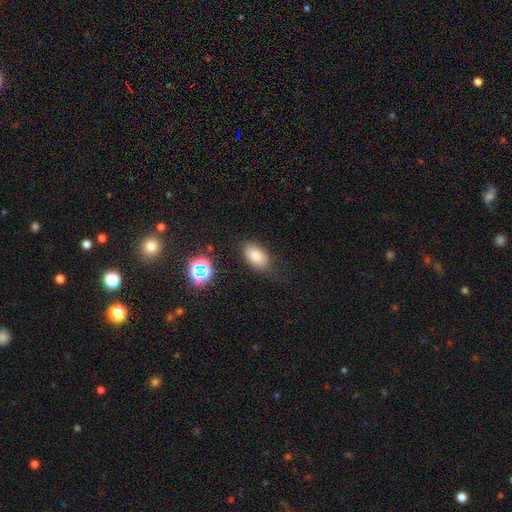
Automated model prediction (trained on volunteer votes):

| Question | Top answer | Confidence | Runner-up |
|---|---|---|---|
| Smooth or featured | smooth | 76% | featured or disk (12%) |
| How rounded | in between | 91% | round (7%) |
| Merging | none | 71% | minor disturbance (20%) |